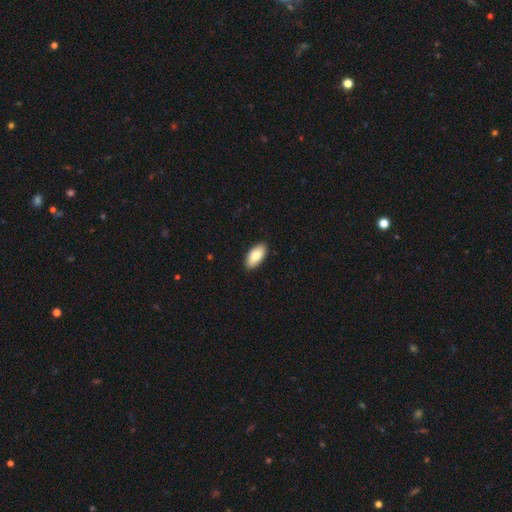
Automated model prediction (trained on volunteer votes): smooth-or-featured: smooth: 86% | featured or disk: 8% | star or artifact: 6%
  how-rounded: in between: 93% | cigar-shaped: 5% | round: 2%
  merging: none: 90% | minor disturbance: 7% | major disturbance: 2% | merger: 1%